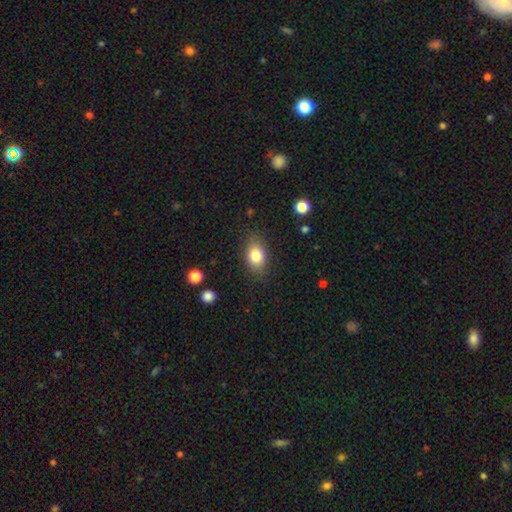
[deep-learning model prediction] Overall: smooth (81%). How rounded: in between (81%). Merging: none (82%).